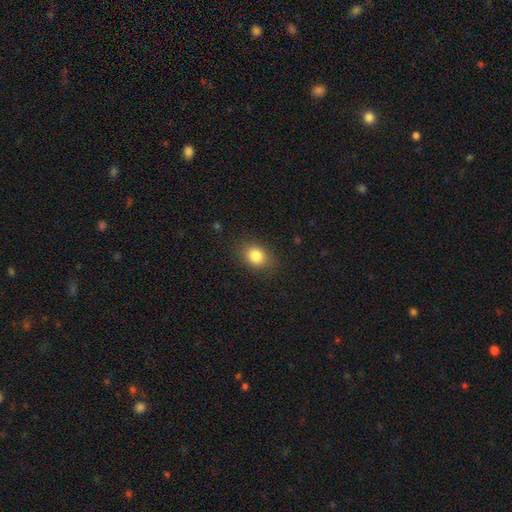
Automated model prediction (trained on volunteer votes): Morphology: type=smooth (84%); roundness=in between (59%); merging=none (84%).